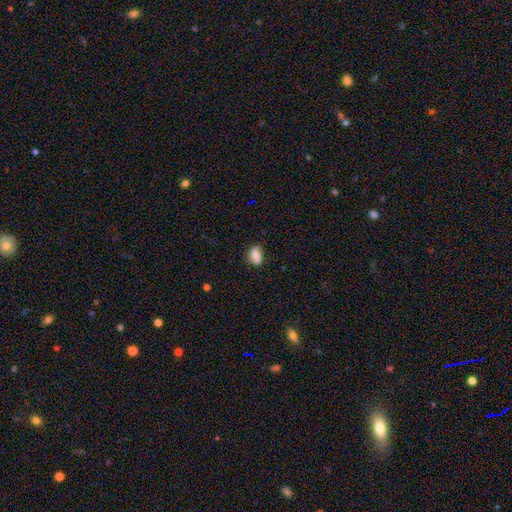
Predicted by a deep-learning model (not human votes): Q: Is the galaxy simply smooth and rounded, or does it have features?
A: smooth — 78%.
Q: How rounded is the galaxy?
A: in between — 80%.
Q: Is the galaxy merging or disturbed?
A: none — 70%.